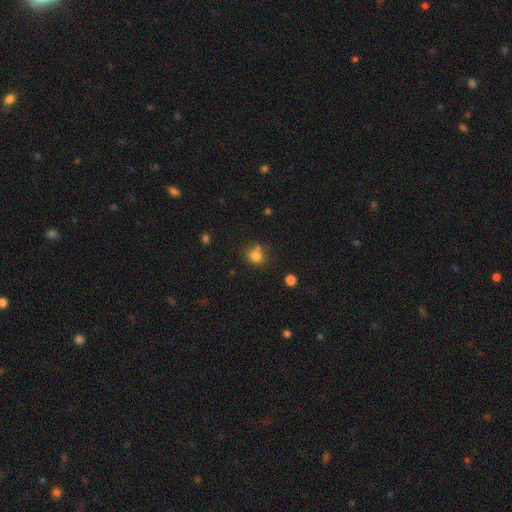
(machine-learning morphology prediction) The model was most divided on "how rounded": round: 70%, in between: 29%, cigar-shaped: 1%. More confident: smooth or featured — smooth (79%); merging — none (63%).